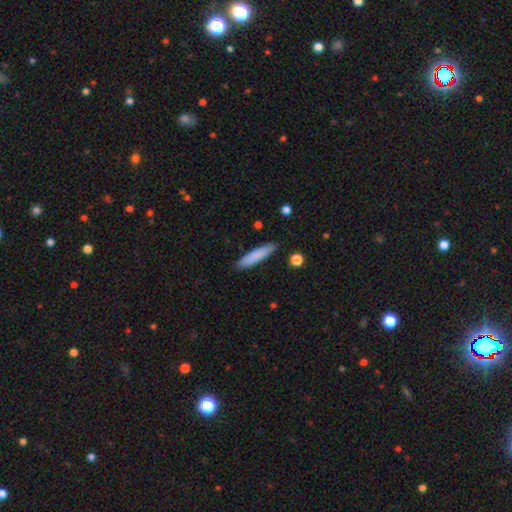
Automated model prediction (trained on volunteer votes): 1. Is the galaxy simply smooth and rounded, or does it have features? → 83% smooth, 11% featured or disk, 6% star or artifact.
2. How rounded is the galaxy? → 84% cigar-shaped, 15% in between, 1% round.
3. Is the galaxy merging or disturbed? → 88% none, 9% minor disturbance, 2% major disturbance, 2% merger.